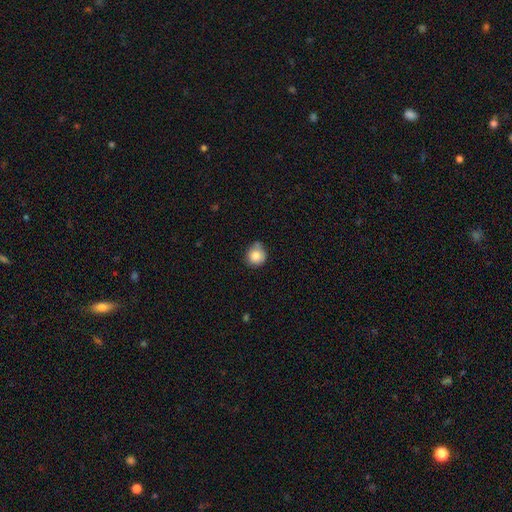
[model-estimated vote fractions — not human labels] Q: Smooth or featured?
A: smooth (84%); runner-up: star or artifact (9%)
Q: How rounded?
A: round (89%); runner-up: in between (10%)
Q: Merging?
A: none (61%); runner-up: minor disturbance (27%)